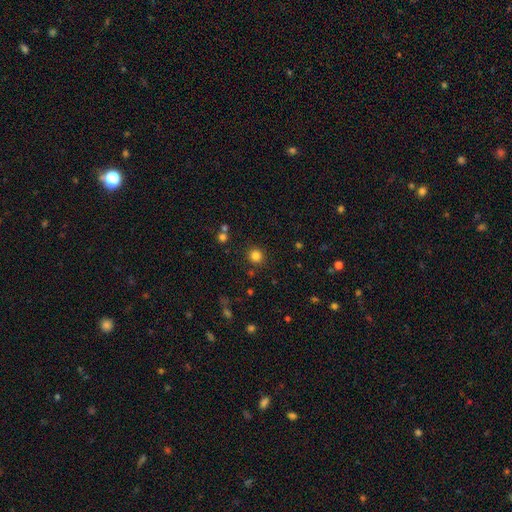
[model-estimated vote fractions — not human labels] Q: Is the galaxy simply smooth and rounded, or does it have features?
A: smooth — 82%.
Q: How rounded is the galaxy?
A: round — 93%.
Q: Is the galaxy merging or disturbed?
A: none — 88%.